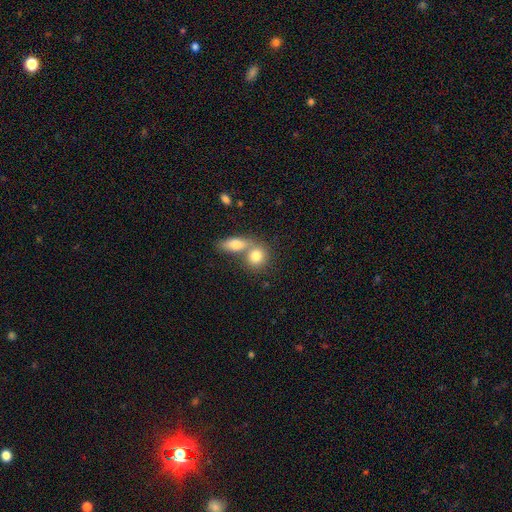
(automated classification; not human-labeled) Q: Smooth or featured?
A: smooth (80%); runner-up: featured or disk (13%)
Q: How rounded?
A: round (61%); runner-up: in between (36%)
Q: Merging?
A: merger (53%); runner-up: none (36%)